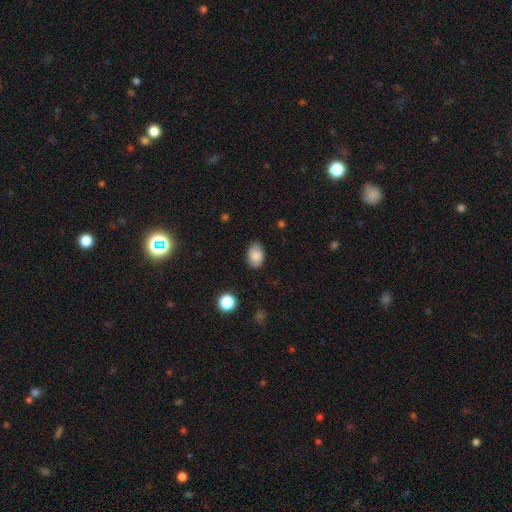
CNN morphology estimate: Smooth or featured: smooth — 86% (star or artifact — 8%)
How rounded: in between — 83% (round — 16%)
Merging: none — 81% (minor disturbance — 15%)